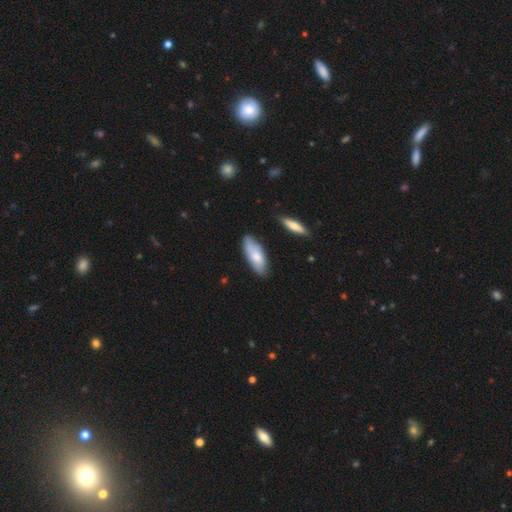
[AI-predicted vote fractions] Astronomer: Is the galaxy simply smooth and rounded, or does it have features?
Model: smooth — 73%.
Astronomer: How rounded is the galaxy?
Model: in between — 74%.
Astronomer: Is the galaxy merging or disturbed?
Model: none — 76%.